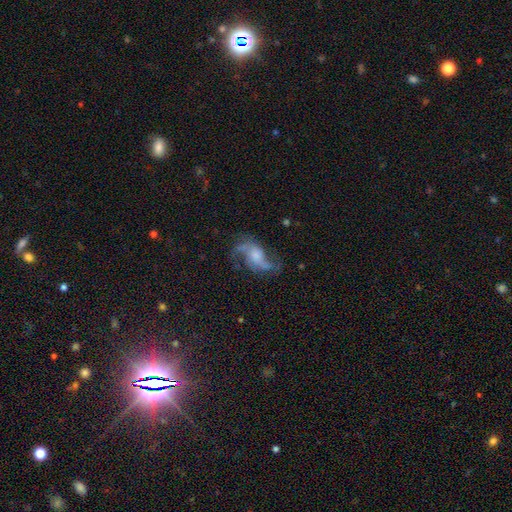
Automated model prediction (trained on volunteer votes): Overall: featured or disk (80%). Edge-on disk: no (96%). Bar: no (60%; weak 32%). Spiral arms: yes (93%). Spiral arm count: 2 (76%). Spiral winding: loose (64%; medium 30%). Bulge size: moderate (33%; small 32%). Merging: none (59%; major disturbance 20%).